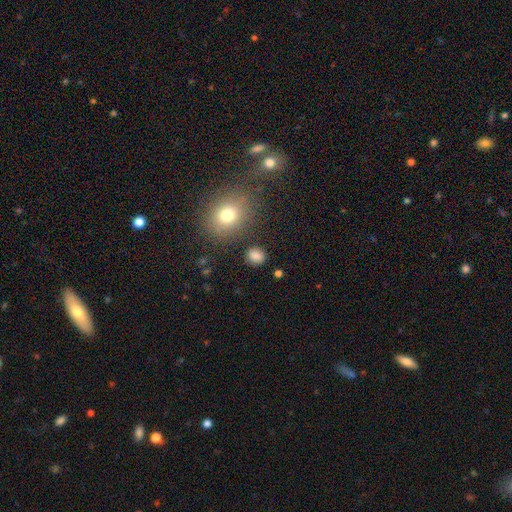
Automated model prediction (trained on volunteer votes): A smooth galaxy with no disk features (82%) that is round (72%).

Vote fractions:
- Smooth or featured? smooth: 82% / star or artifact: 12% / featured or disk: 5%
- How rounded? round: 72% / in between: 27% / cigar-shaped: 1%
- Merging? none: 86% / minor disturbance: 9% / major disturbance: 3% / merger: 3%